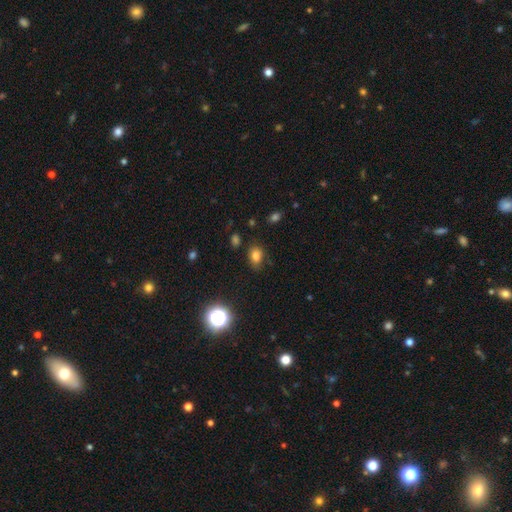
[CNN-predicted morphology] Smooth or featured: smooth — 78% (star or artifact — 15%)
How rounded: in between — 74% (round — 25%)
Merging: none — 78% (minor disturbance — 15%)